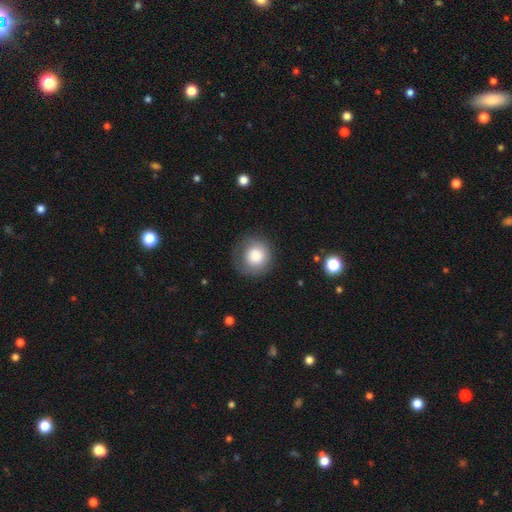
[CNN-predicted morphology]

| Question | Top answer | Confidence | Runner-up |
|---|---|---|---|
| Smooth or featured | smooth | 81% | featured or disk (11%) |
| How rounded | round | 92% | in between (7%) |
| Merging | none | 72% | minor disturbance (17%) |